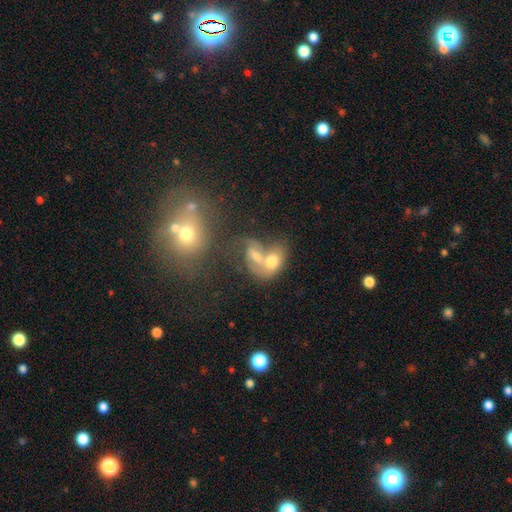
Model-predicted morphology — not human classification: Smooth or featured? smooth (47%)
Merging? merger (69%)